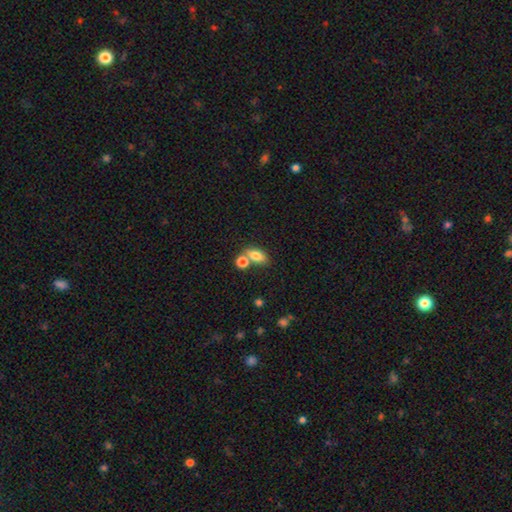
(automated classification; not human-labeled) A smooth galaxy with no disk features (78%) that is in between round and cigar-shaped (78%).

Vote fractions:
- Smooth or featured? smooth: 78% / featured or disk: 13% / star or artifact: 10%
- How rounded? in between: 78% / round: 16% / cigar-shaped: 6%
- Merging? none: 53% / merger: 31% / minor disturbance: 11% / major disturbance: 4%